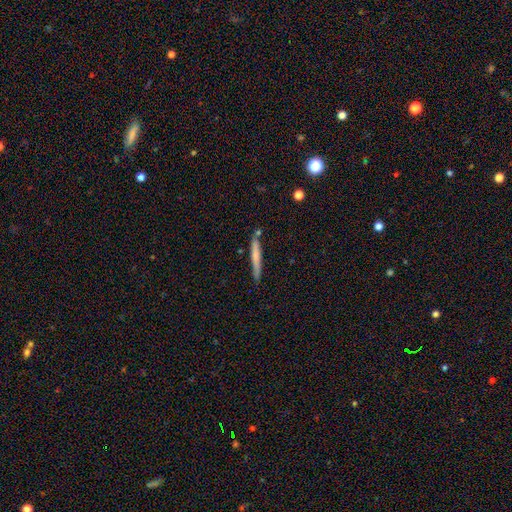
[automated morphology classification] A smooth galaxy with no disk features (61%) that is cigar-shaped (96%). Merging: none (80%).